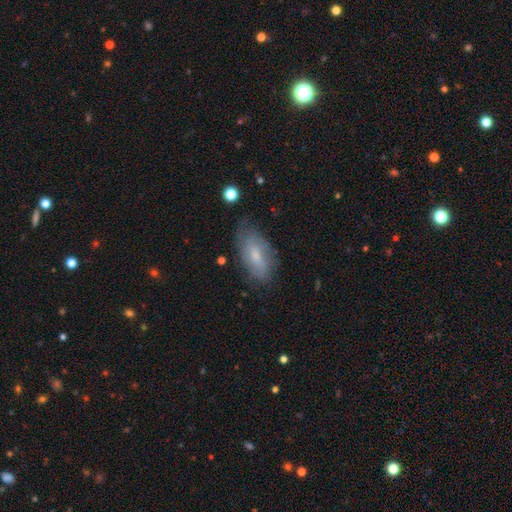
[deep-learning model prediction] Morphology: type=smooth (57%); roundness=in between (88%); merging=none (68%).